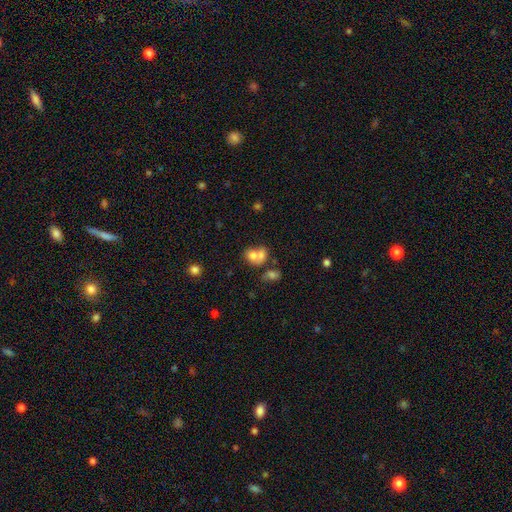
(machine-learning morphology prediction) This appears to be a smooth galaxy with no disk features (72%) that is in between round and cigar-shaped (50%). Merging: merger (65%).